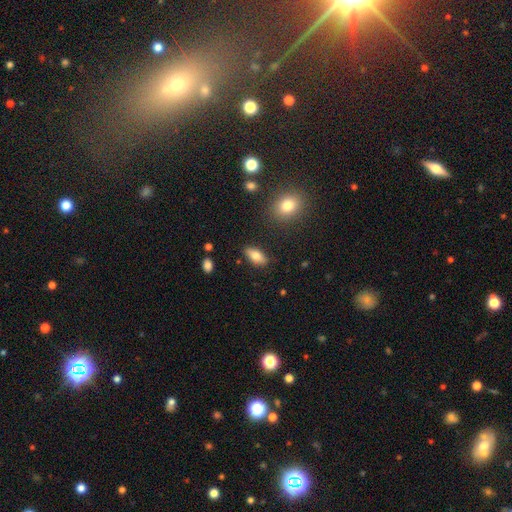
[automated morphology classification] smooth-or-featured: smooth: 78% | featured or disk: 14% | star or artifact: 7%
  how-rounded: in between: 85% | cigar-shaped: 12% | round: 3%
  merging: none: 85% | minor disturbance: 10% | major disturbance: 2% | merger: 2%